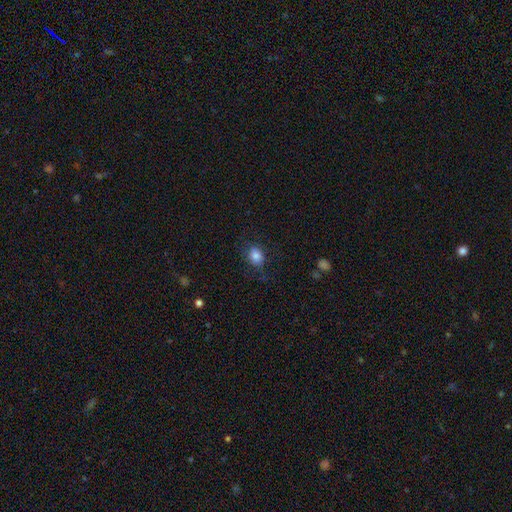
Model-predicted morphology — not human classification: This appears to be a smooth galaxy with no disk features (82%) that is in between round and cigar-shaped (59%). Merging: none (73%).